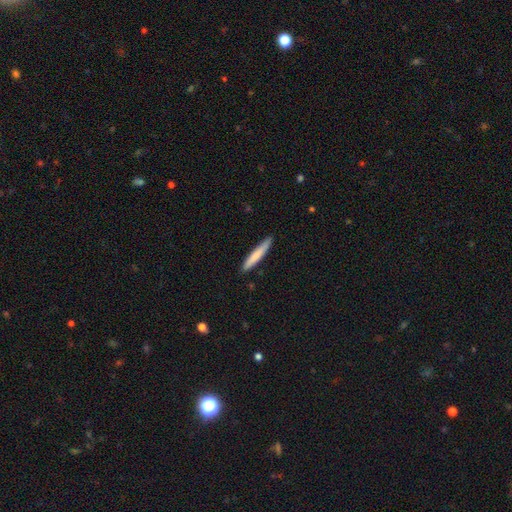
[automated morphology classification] Smooth or featured: smooth — 76% (featured or disk — 19%)
How rounded: cigar-shaped — 94% (in between — 5%)
Merging: none — 89% (minor disturbance — 9%)